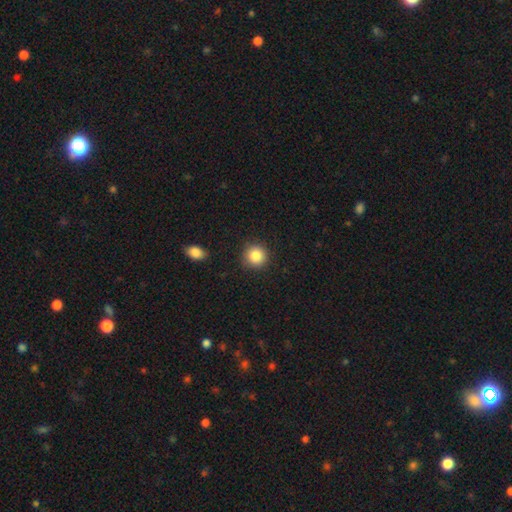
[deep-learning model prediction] This appears to be a smooth galaxy with no disk features (85%) that is round (93%). Merging: none (89%).